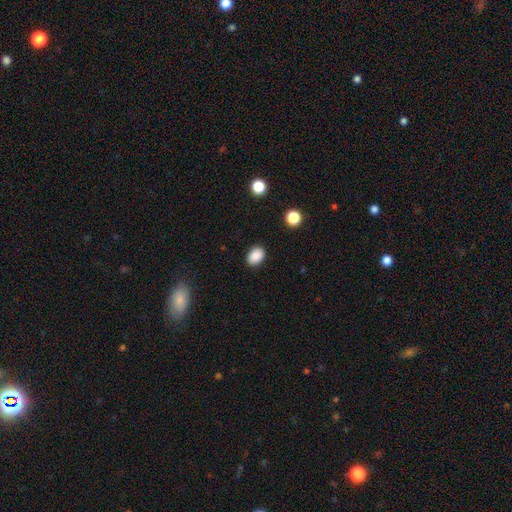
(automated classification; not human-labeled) This appears to be a smooth galaxy with no disk features (88%) that is in between round and cigar-shaped (78%). Merging: none (88%).